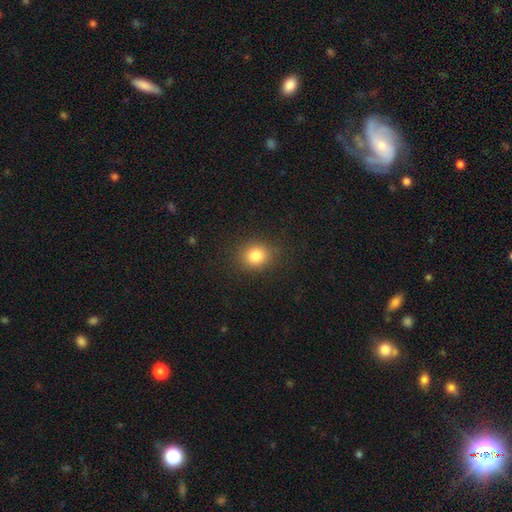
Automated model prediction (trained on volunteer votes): Smooth or featured? Predicted: smooth (p=0.82). How rounded? Predicted: round (p=0.75). Merging? Predicted: none (p=0.88).